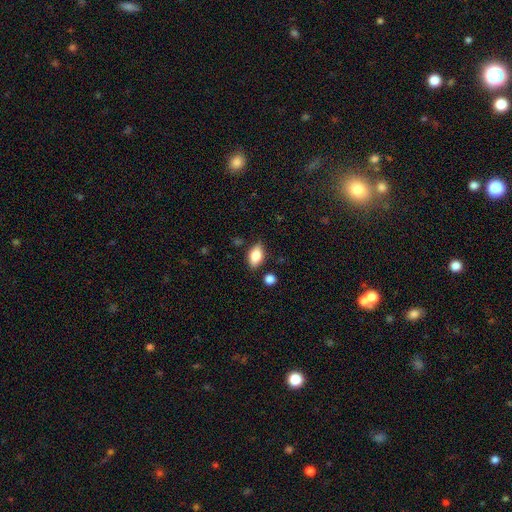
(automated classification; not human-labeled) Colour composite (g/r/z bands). It shows a smooth galaxy with no disk features (81%) that is in between round and cigar-shaped (88%). Merging: none (80%).